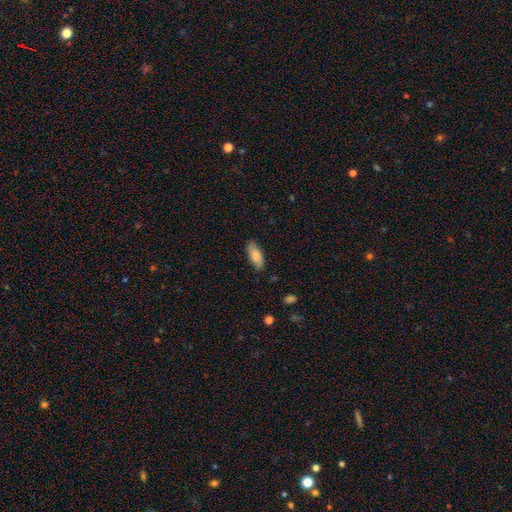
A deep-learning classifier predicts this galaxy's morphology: Smooth or featured? smooth (82%)
How rounded? in between (77%)
Merging? none (82%)